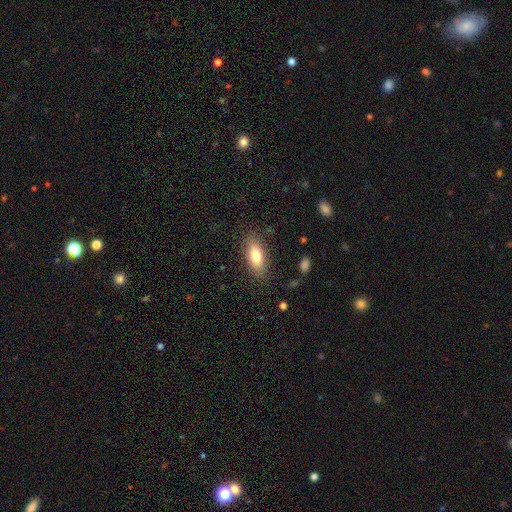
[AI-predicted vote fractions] Morphology: type=smooth (79%); roundness=in between (80%); merging=none (85%).